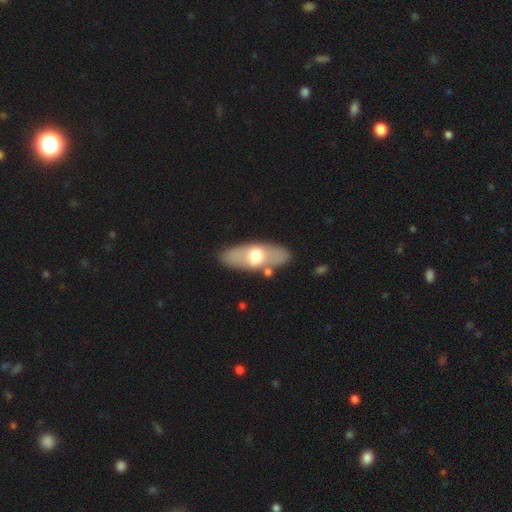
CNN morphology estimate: A smooth galaxy with no disk features (56%) that is in between round and cigar-shaped (77%).

Vote fractions:
- Smooth or featured? smooth: 56% / featured or disk: 39% / star or artifact: 6%
- How rounded? in between: 77% / cigar-shaped: 19% / round: 3%
- Merging? none: 79% / minor disturbance: 11% / merger: 6% / major disturbance: 4%